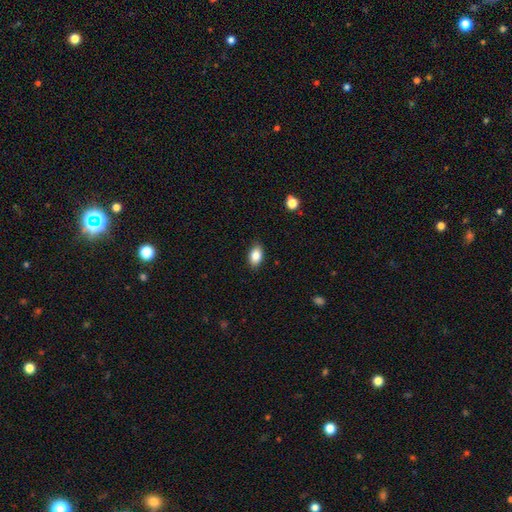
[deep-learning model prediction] This appears to be a smooth galaxy with no disk features (85%) that is in between round and cigar-shaped (89%). Merging: none (88%).